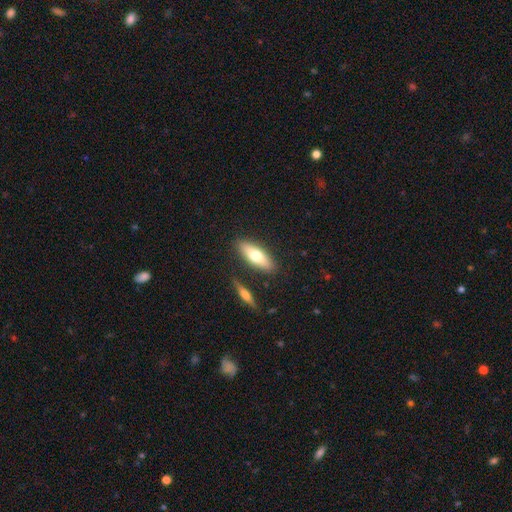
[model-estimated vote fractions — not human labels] smooth-or-featured: smooth: 66% | featured or disk: 28% | star or artifact: 6%
  how-rounded: in between: 60% | cigar-shaped: 37% | round: 2%
  merging: none: 82% | minor disturbance: 10% | merger: 5% | major disturbance: 2%